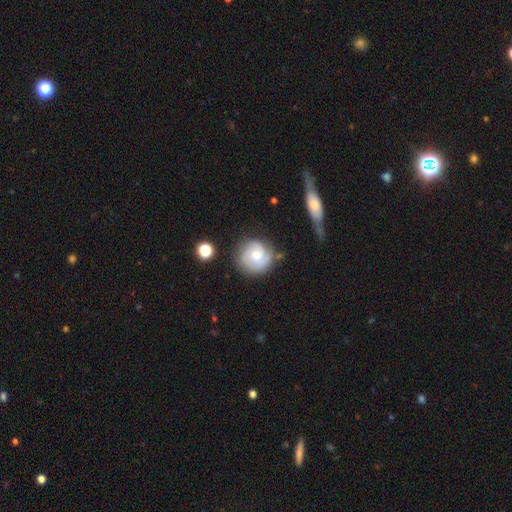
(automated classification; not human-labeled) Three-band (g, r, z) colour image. It shows a featured or disk galaxy (54%) with no bar (74%), spiral arms (84%) and a moderate central bulge (60%). Merging: none (68%).